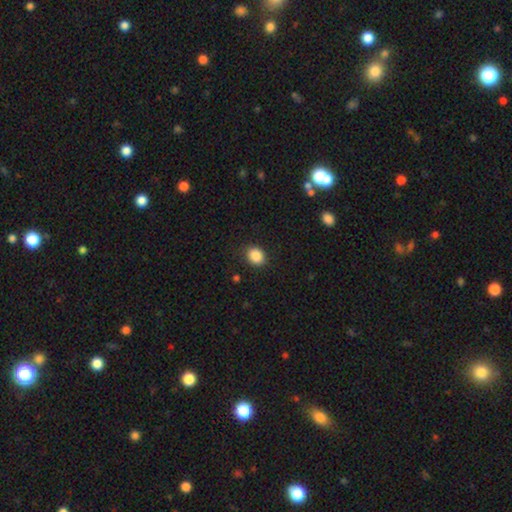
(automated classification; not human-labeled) smooth_or_featured: smooth (p=0.88) [alt: star or artifact p=0.09]
how_rounded: round (p=0.52) [alt: in between p=0.47]
merging: none (p=0.87) [alt: minor disturbance p=0.09]